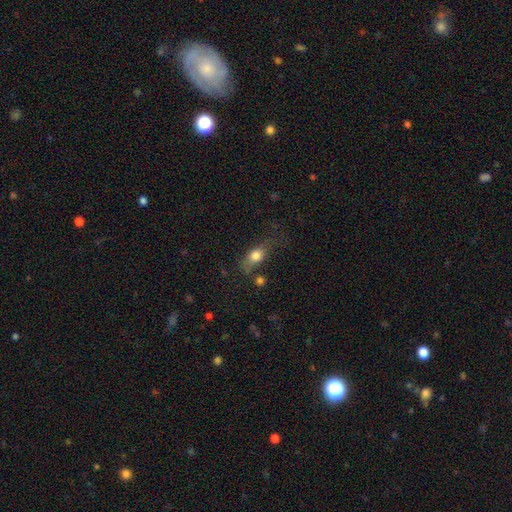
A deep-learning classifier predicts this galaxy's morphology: A smooth galaxy with no disk features (75%) that is in between round and cigar-shaped (70%).

Vote fractions:
- Smooth or featured? smooth: 75% / featured or disk: 15% / star or artifact: 9%
- How rounded? in between: 70% / round: 17% / cigar-shaped: 13%
- Merging? none: 49% / minor disturbance: 28% / major disturbance: 17% / merger: 6%